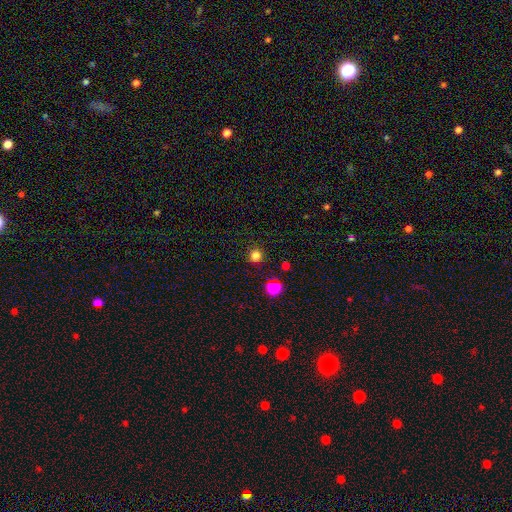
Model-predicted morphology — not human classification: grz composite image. It shows a smooth galaxy with no disk features (81%) that is round (94%). Merging: none (90%).